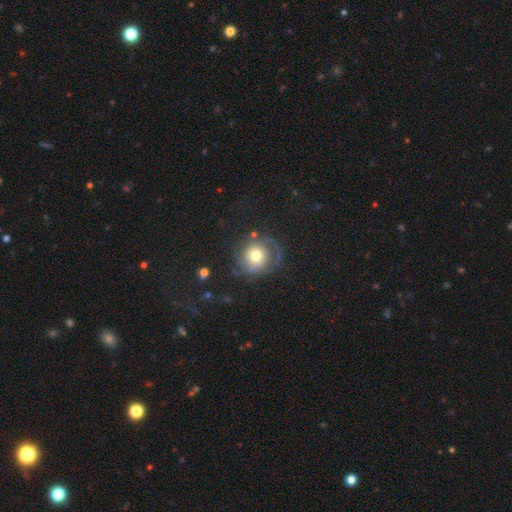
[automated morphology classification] Smooth or featured?
  - smooth: 62% *
  - featured or disk: 27%
  - star or artifact: 11%
How rounded?
  - round: 88% *
  - in between: 11%
  - cigar-shaped: 1%
Merging?
  - none: 59% *
  - minor disturbance: 19%
  - major disturbance: 18%
  - merger: 3%